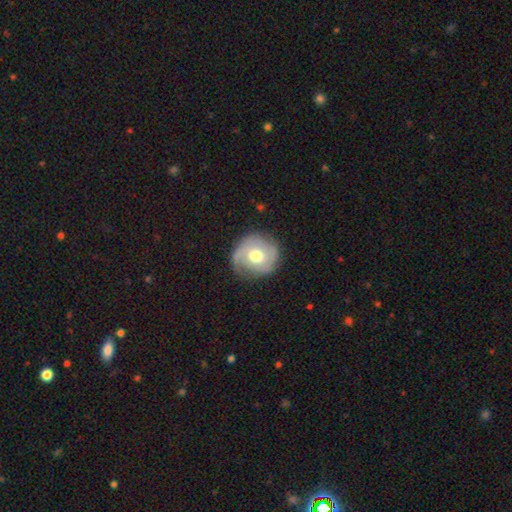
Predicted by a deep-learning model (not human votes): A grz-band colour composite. It shows a featured or disk galaxy (64%) with no bar (69%), 2 (45%) tight (50%) spiral arms (84%) and a moderate central bulge (77%). Merging: none (75%).